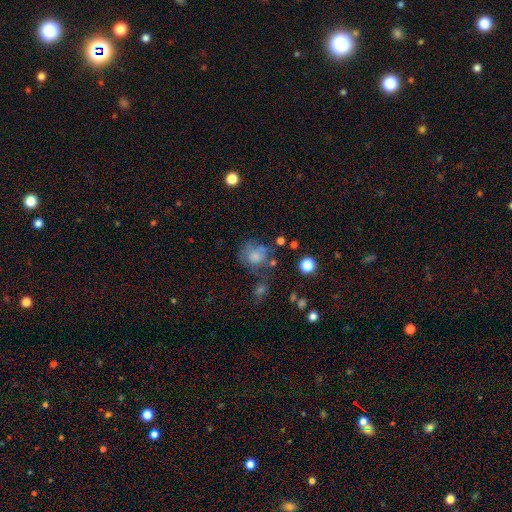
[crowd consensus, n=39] Q: Smooth or featured?
A: smooth (64%); runner-up: featured or disk (33%)
Q: How rounded?
A: round (84%); runner-up: in between (16%)
Q: Merging?
A: none (39%); runner-up: minor disturbance (24%)